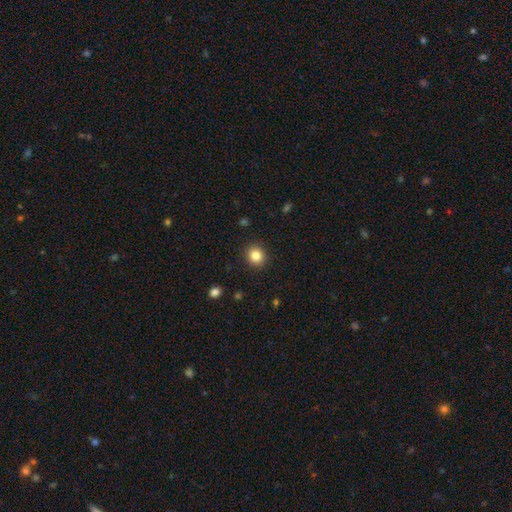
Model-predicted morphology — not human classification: Smooth or featured: smooth — 84% (star or artifact — 11%)
How rounded: round — 82% (in between — 17%)
Merging: none — 91% (minor disturbance — 6%)